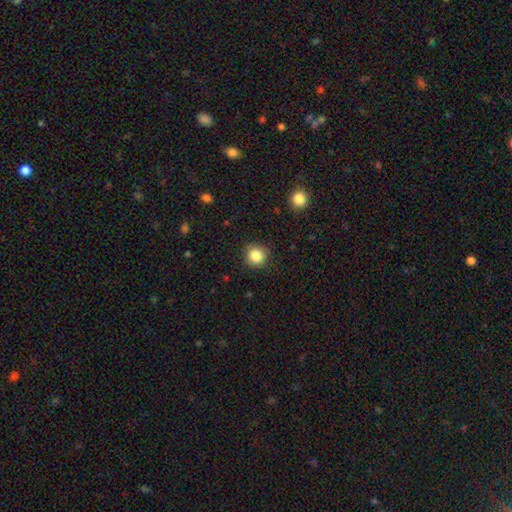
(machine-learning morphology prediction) smooth 85%, star or artifact 10%, featured or disk 5%. Down the decision tree: how rounded — round (90%); merging — none (87%).